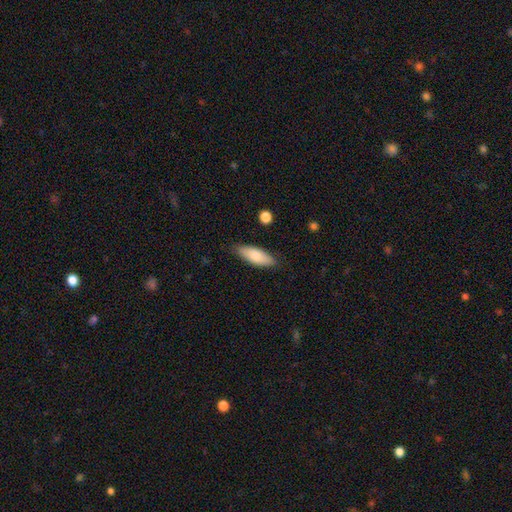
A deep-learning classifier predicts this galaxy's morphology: smooth_or_featured: smooth (p=0.79) [alt: featured or disk p=0.15]
how_rounded: in between (p=0.68) [alt: cigar-shaped p=0.30]
merging: none (p=0.84) [alt: minor disturbance p=0.13]